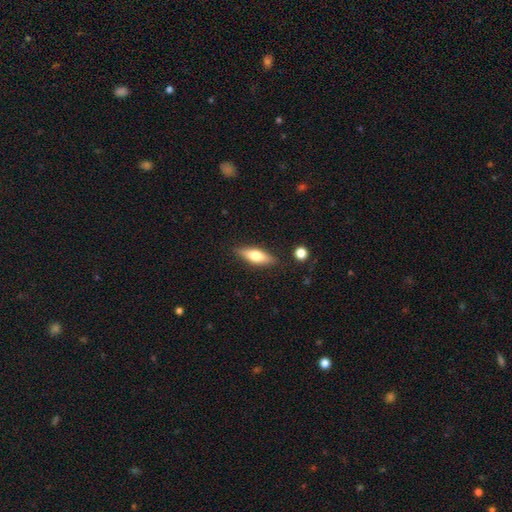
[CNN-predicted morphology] Smooth or featured?
  - smooth: 57% *
  - featured or disk: 37%
  - star or artifact: 7%
How rounded?
  - in between: 55% *
  - cigar-shaped: 42%
  - round: 3%
Merging?
  - none: 85% *
  - minor disturbance: 10%
  - major disturbance: 2%
  - merger: 2%